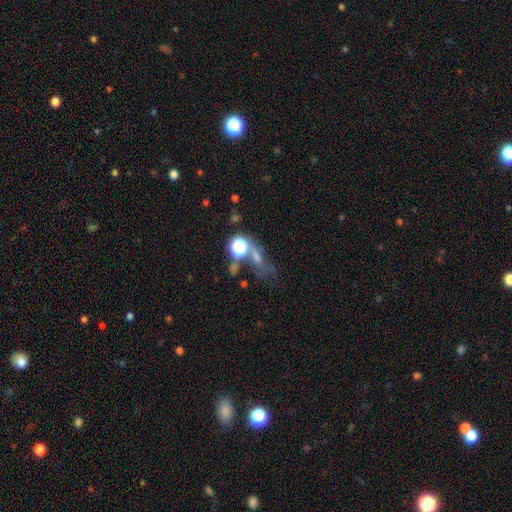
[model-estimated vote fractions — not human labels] Smooth or featured? star or artifact (47%)